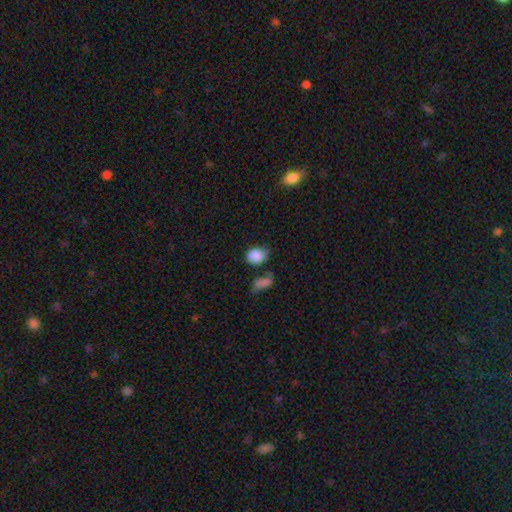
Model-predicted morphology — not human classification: The model was most divided on "how rounded": in between: 53%, round: 45%, cigar-shaped: 1%. More confident: smooth or featured — smooth (87%); merging — none (53%).